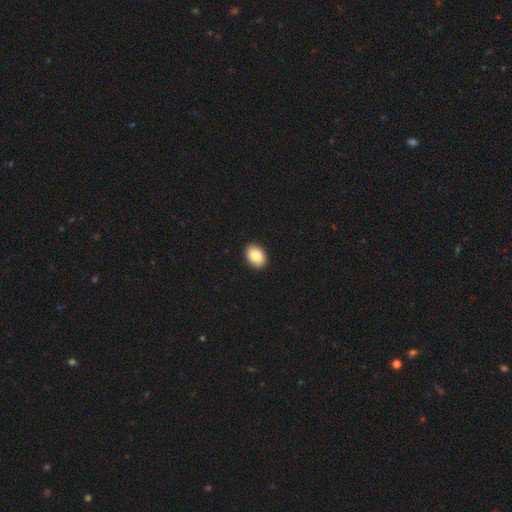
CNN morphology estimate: smooth_or_featured: smooth (p=0.86) [alt: star or artifact p=0.07]
how_rounded: in between (p=0.77) [alt: round p=0.22]
merging: none (p=0.92) [alt: minor disturbance p=0.06]